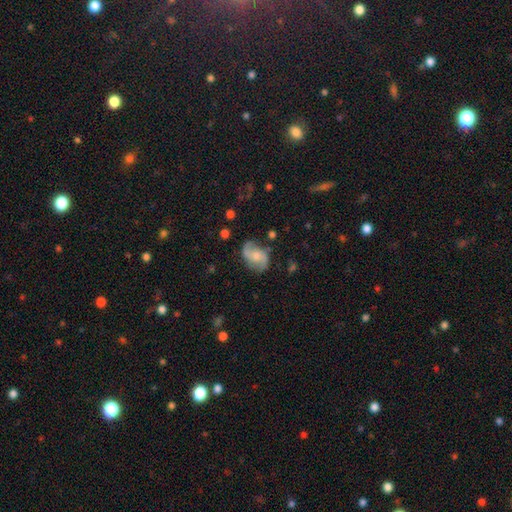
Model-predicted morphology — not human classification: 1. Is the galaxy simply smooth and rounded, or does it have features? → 71% featured or disk, 22% smooth, 7% star or artifact.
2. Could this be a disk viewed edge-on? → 97% no, 3% yes.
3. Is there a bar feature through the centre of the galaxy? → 54% no, 38% weak, 8% strong.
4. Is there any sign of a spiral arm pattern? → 93% yes, 7% no.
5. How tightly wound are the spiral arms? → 53% loose, 37% medium, 11% tight.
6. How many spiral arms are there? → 90% 2, 4% can't tell, 2% 1, 1% 3, 1% 4, 1% more than 4.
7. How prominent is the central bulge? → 41% moderate, 35% small, 15% none, 7% large, 2% dominant.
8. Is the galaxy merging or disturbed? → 71% none, 19% minor disturbance, 7% major disturbance, 2% merger.